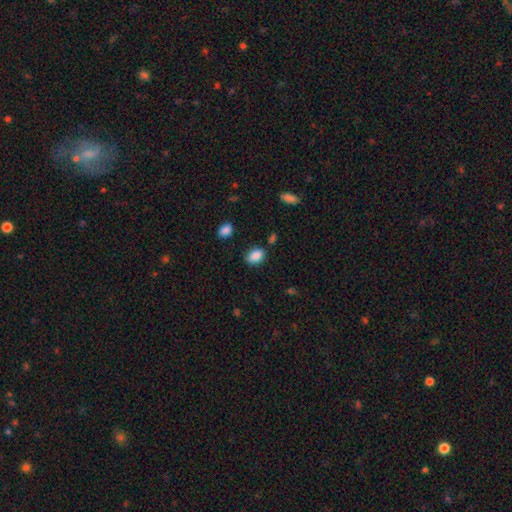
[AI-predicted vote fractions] smooth_or_featured: smooth (p=0.87) [alt: star or artifact p=0.09]
how_rounded: in between (p=0.80) [alt: round p=0.19]
merging: none (p=0.77) [alt: minor disturbance p=0.16]